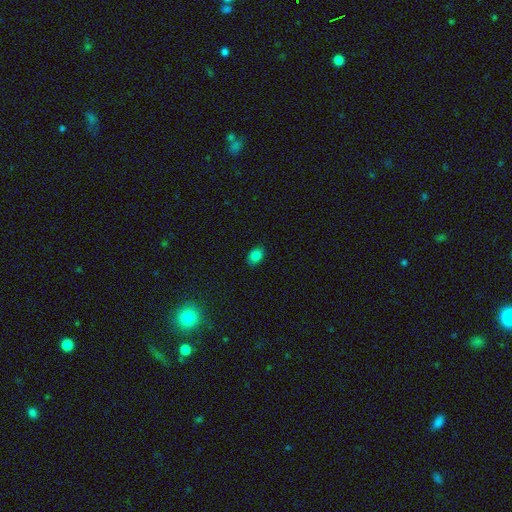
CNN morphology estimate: Smooth or featured: smooth — 83% (star or artifact — 13%)
How rounded: in between — 71% (round — 28%)
Merging: none — 86% (minor disturbance — 11%)